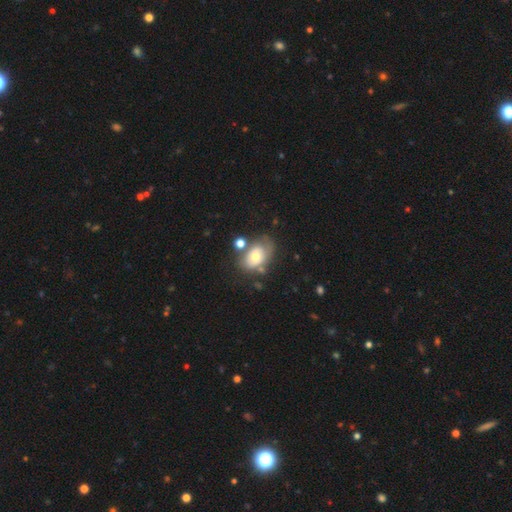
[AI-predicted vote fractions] Smooth or featured? smooth (51%)
How rounded? in between (77%)
Merging? none (46%)